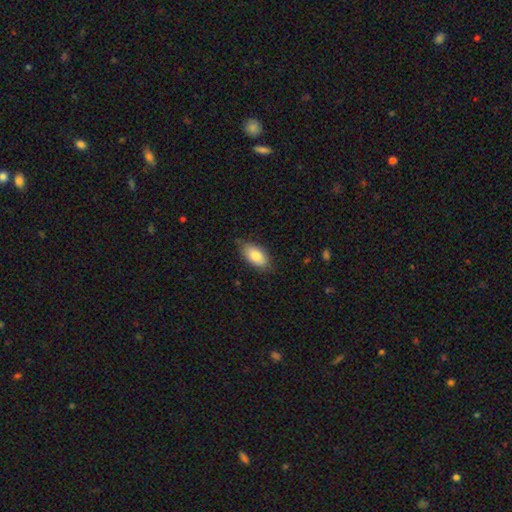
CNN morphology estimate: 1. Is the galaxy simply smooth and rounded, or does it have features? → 80% smooth, 14% featured or disk, 7% star or artifact.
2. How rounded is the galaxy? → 93% in between, 4% cigar-shaped, 3% round.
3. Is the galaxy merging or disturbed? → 78% none, 18% minor disturbance, 3% major disturbance, 1% merger.